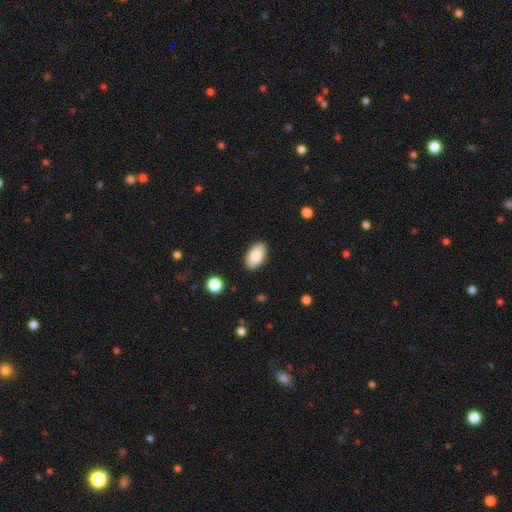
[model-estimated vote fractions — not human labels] Overall: smooth (84%). How rounded: in between (94%). Merging: none (89%).